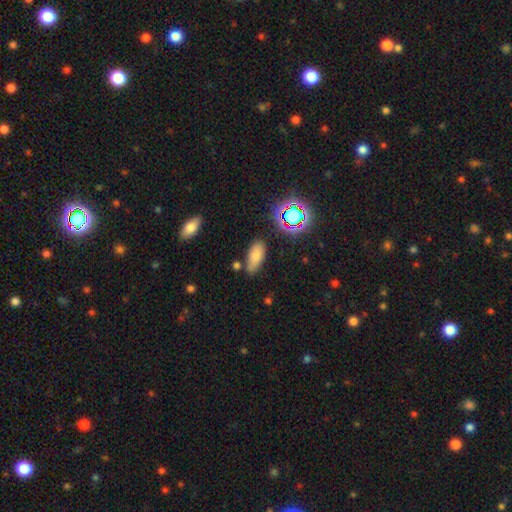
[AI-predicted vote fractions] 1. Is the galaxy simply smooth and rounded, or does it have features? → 76% smooth, 14% star or artifact, 10% featured or disk.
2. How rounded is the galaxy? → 86% in between, 10% cigar-shaped, 4% round.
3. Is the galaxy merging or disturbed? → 70% none, 19% minor disturbance, 7% merger, 5% major disturbance.